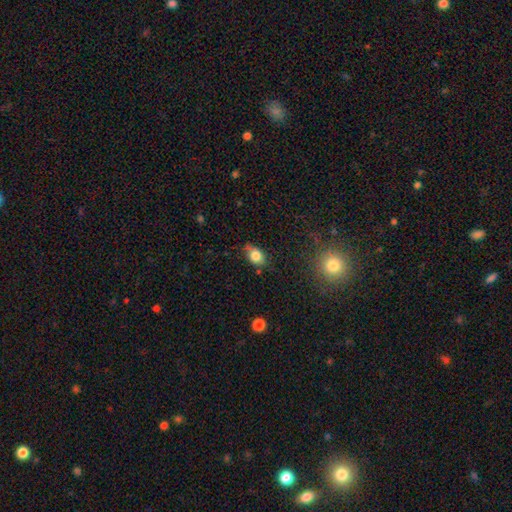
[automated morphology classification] Smooth or featured?
  - smooth: 80% *
  - featured or disk: 10%
  - star or artifact: 10%
How rounded?
  - in between: 78% *
  - round: 20%
  - cigar-shaped: 2%
Merging?
  - none: 64% *
  - minor disturbance: 28%
  - major disturbance: 5%
  - merger: 3%